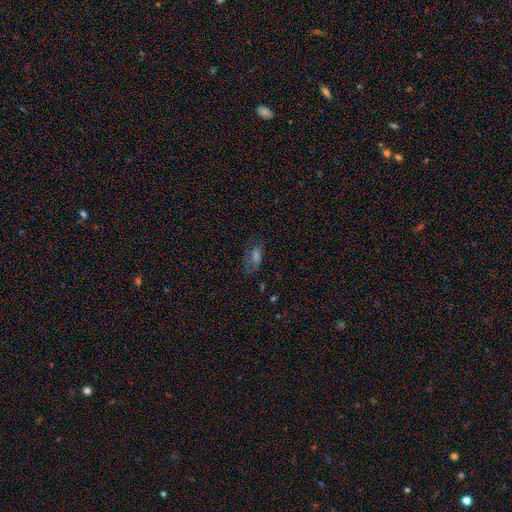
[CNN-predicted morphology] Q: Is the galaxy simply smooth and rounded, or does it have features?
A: smooth — 43%.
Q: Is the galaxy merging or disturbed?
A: none — 60%.